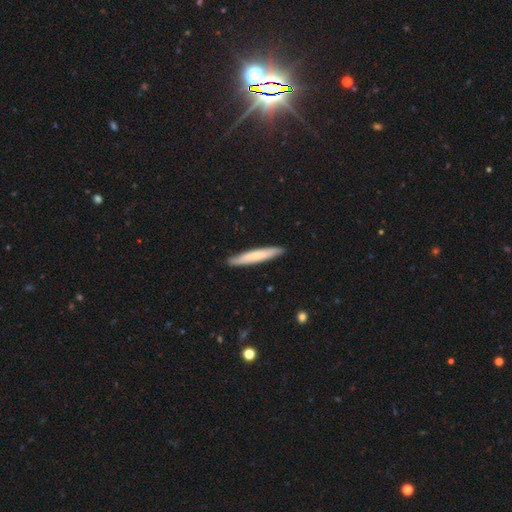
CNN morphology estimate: A smooth galaxy with no disk features (66%) that is cigar-shaped (94%).

Vote fractions:
- Smooth or featured? smooth: 66% / featured or disk: 28% / star or artifact: 5%
- How rounded? cigar-shaped: 94% / in between: 5% / round: 1%
- Merging? none: 90% / minor disturbance: 8% / major disturbance: 1% / merger: 1%